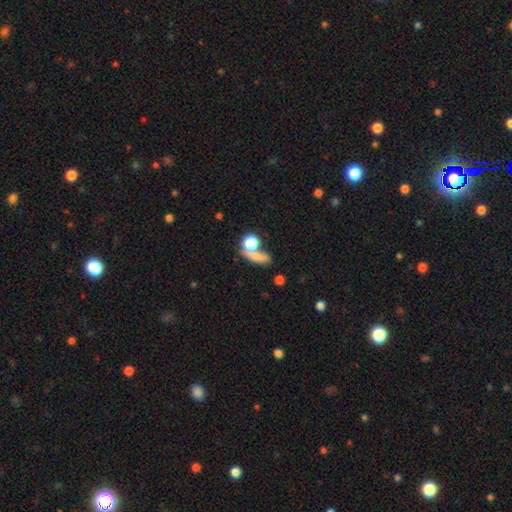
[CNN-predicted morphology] Smooth or featured: smooth — 70% (featured or disk — 16%)
How rounded: in between — 40% (round — 36%)
Merging: none — 44% (merger — 33%)